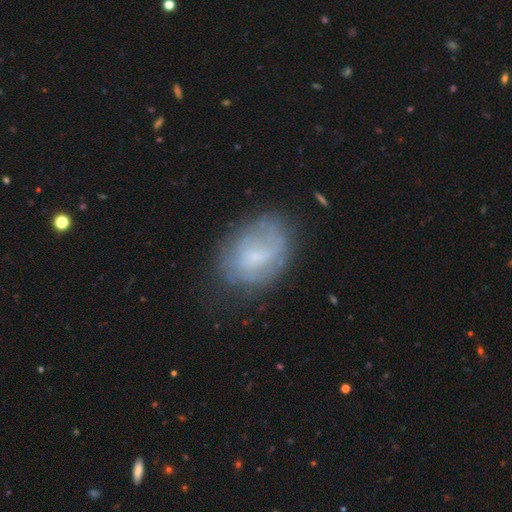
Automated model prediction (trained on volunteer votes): smooth_or_featured: smooth (p=0.47) [alt: featured or disk p=0.44]
merging: none (p=0.60) [alt: minor disturbance p=0.25]